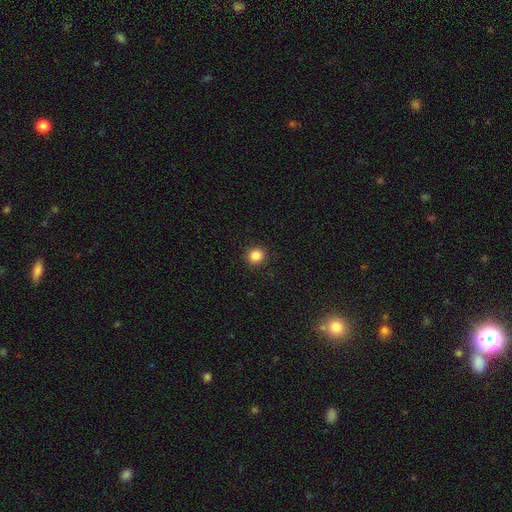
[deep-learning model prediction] This appears to be a smooth galaxy with no disk features (85%) that is round (94%). Merging: none (92%).